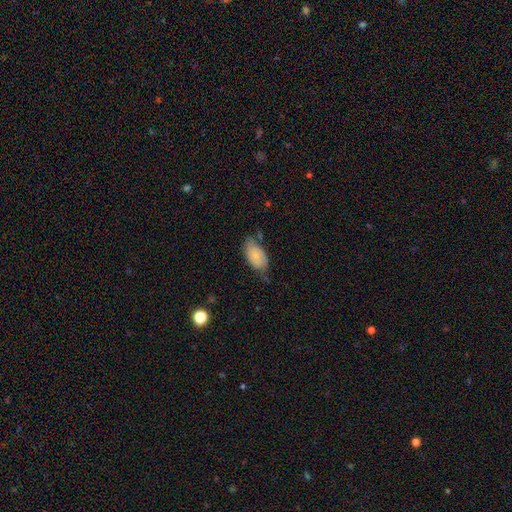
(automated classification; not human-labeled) smooth 65%, featured or disk 28%, star or artifact 7%. Down the decision tree: how rounded — in between (93%); merging — none (47%).